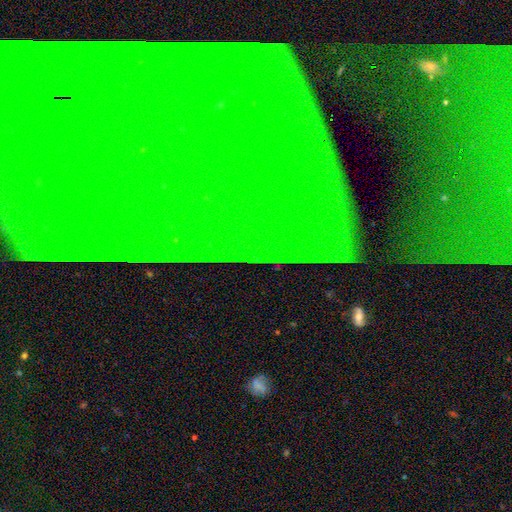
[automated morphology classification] Smooth or featured?
  - star or artifact: 80% *
  - featured or disk: 11%
  - smooth: 10%